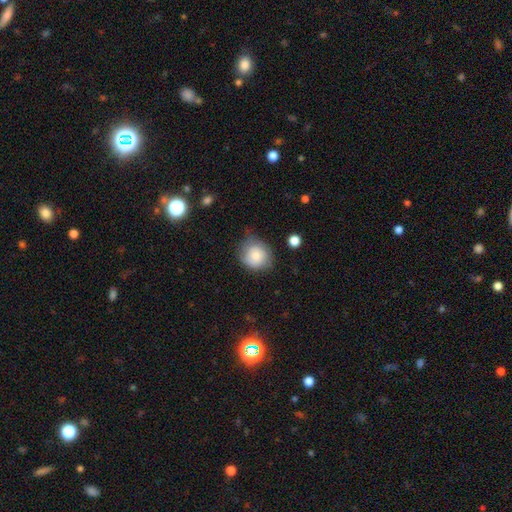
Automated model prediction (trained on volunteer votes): A smooth galaxy with no disk features (77%) that is round (80%).

Vote fractions:
- Smooth or featured? smooth: 77% / featured or disk: 15% / star or artifact: 8%
- How rounded? round: 80% / in between: 19% / cigar-shaped: 1%
- Merging? none: 58% / minor disturbance: 31% / major disturbance: 8% / merger: 2%